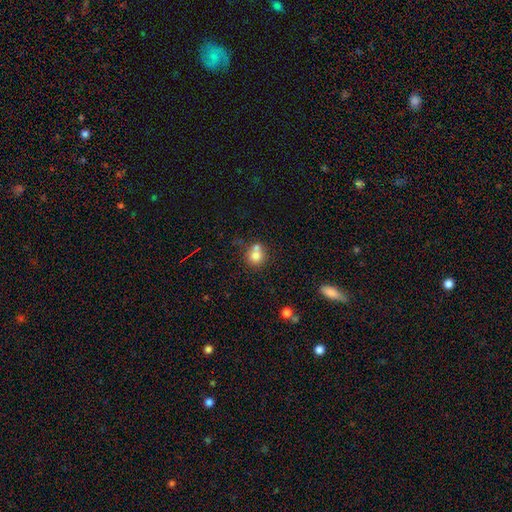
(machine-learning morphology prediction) Smooth or featured: smooth — 77% (featured or disk — 12%)
How rounded: round — 84% (in between — 15%)
Merging: none — 46% (merger — 41%)